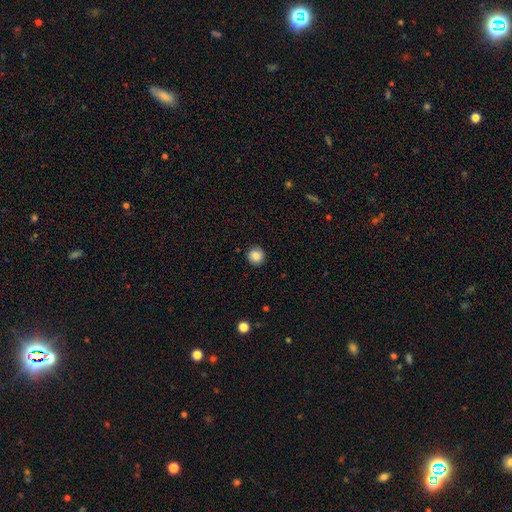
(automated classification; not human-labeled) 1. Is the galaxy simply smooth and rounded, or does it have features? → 86% smooth, 9% star or artifact, 5% featured or disk.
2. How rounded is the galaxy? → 93% round, 6% in between, 1% cigar-shaped.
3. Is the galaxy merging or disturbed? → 89% none, 8% minor disturbance, 2% major disturbance, 1% merger.